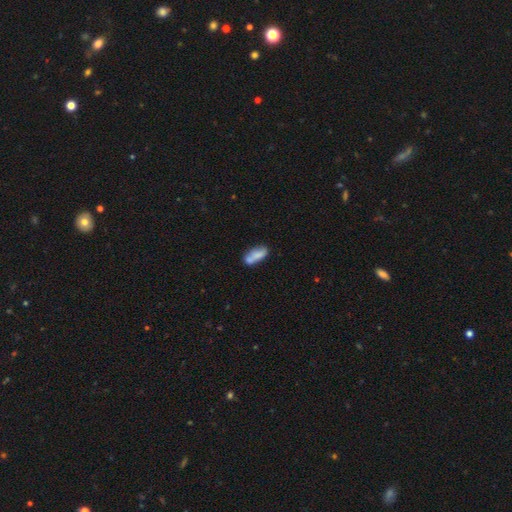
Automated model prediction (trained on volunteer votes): This appears to be a smooth galaxy with no disk features (73%) that is in between round and cigar-shaped (78%). Merging: none (46%).